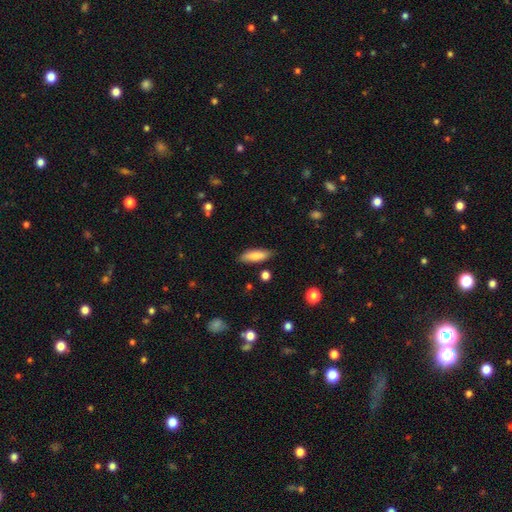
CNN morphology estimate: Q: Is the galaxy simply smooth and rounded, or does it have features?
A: smooth — 81%.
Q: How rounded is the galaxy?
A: in between — 55%.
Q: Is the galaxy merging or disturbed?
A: none — 84%.